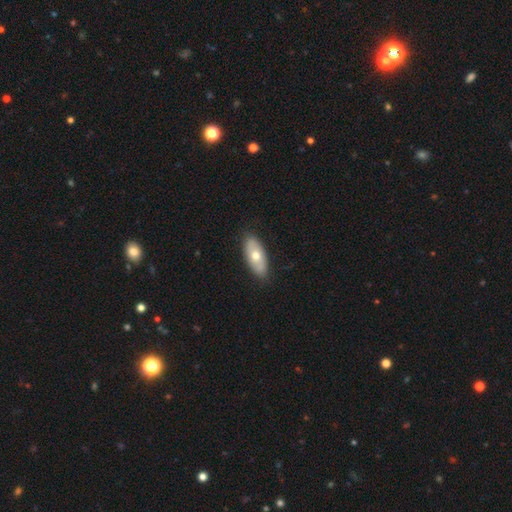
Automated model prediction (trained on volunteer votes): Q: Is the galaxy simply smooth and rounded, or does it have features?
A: smooth — 62%.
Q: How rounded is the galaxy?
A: in between — 87%.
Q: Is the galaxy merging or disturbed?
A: none — 85%.